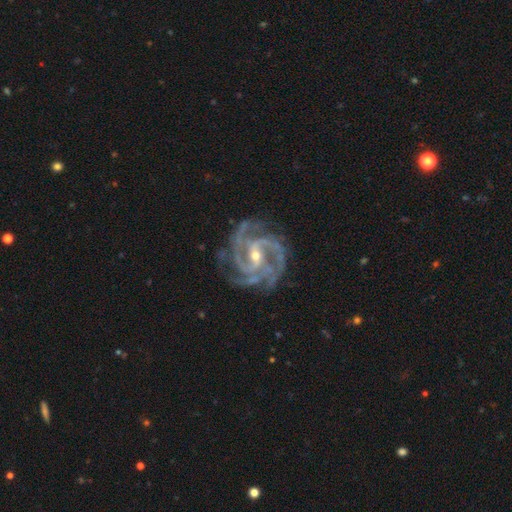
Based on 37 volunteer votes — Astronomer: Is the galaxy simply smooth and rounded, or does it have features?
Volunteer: featured or disk — 100%.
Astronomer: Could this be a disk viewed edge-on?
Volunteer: no — 97%.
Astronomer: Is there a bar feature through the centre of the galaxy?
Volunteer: weak — 42% (runner-up: strong, 31%).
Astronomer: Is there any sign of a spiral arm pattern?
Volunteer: yes — 100%.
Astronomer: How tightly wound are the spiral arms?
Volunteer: tight — 64%.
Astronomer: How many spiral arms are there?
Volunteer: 3 — 69%.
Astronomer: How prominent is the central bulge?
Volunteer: small — 53% (runner-up: moderate, 47%).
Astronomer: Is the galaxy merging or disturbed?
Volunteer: none — 86%.